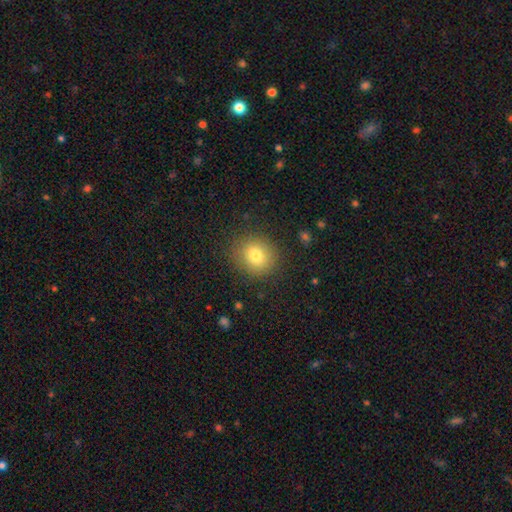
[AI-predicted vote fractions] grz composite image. It shows a smooth galaxy with no disk features (79%) that is round (79%). Merging: none (86%).